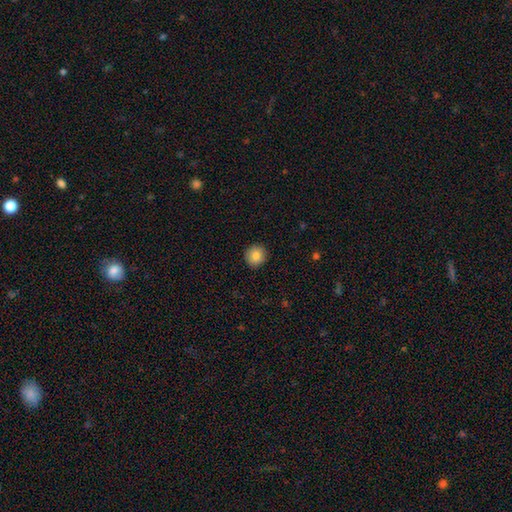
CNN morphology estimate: This appears to be a smooth galaxy with no disk features (85%) that is round (89%). Merging: none (91%).